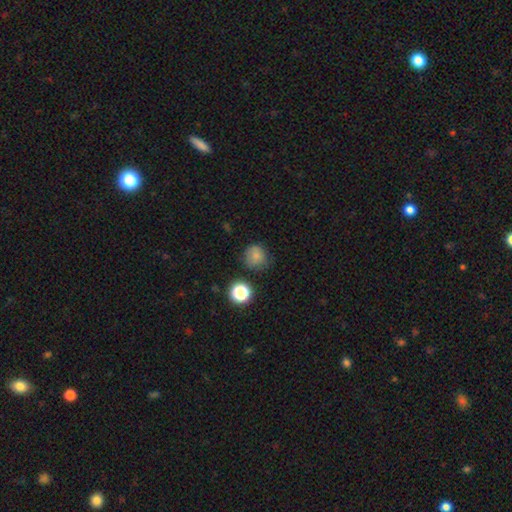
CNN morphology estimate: A smooth galaxy with no disk features (79%) that is round (87%).

Vote fractions:
- Smooth or featured? smooth: 79% / star or artifact: 14% / featured or disk: 7%
- How rounded? round: 87% / in between: 12% / cigar-shaped: 1%
- Merging? none: 71% / minor disturbance: 20% / major disturbance: 6% / merger: 3%